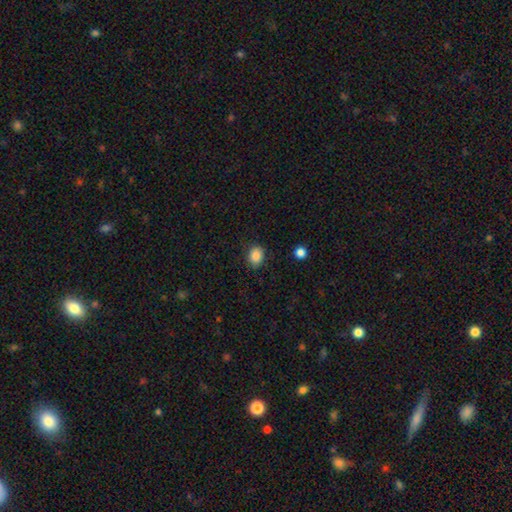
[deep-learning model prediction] smooth-or-featured: smooth: 86% | star or artifact: 10% | featured or disk: 5%
  how-rounded: in between: 50% | round: 49% | cigar-shaped: 1%
  merging: none: 84% | minor disturbance: 12% | major disturbance: 3% | merger: 1%